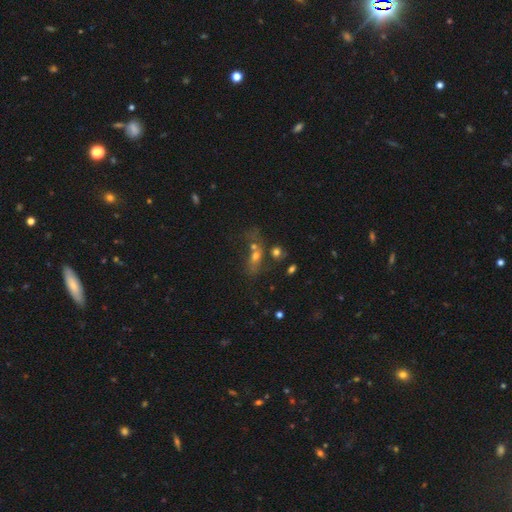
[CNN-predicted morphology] smooth-or-featured: smooth: 48% | featured or disk: 27% | star or artifact: 25%
  merging: merger: 45% | none: 31% | major disturbance: 13% | minor disturbance: 11%